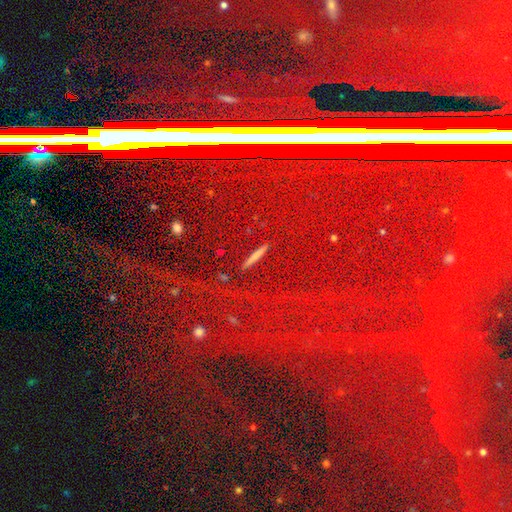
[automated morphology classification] Smooth or featured?
  - star or artifact: 36% *
  - smooth: 35%
  - featured or disk: 30%